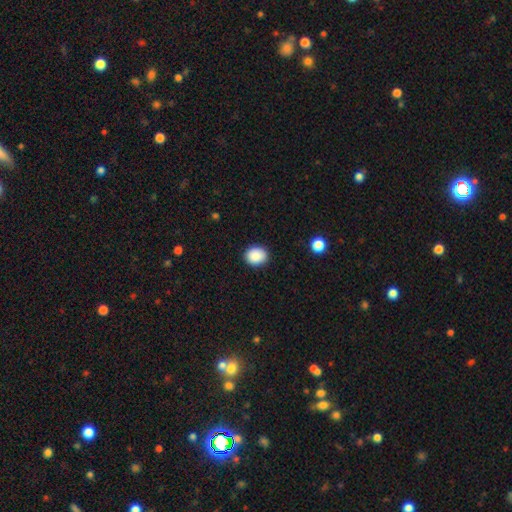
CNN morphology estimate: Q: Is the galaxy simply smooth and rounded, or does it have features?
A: smooth — 89%.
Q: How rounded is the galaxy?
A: round — 64%.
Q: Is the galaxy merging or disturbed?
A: none — 90%.